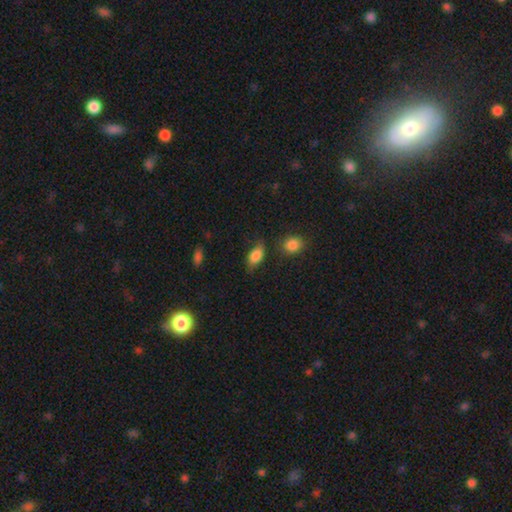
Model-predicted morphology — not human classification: Smooth or featured? smooth (79%)
How rounded? in between (87%)
Merging? none (66%)